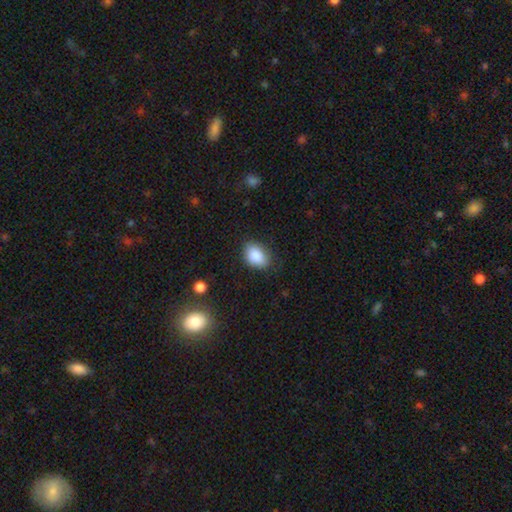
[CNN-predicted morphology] Overall: smooth (88%). How rounded: in between (82%). Merging: none (77%).